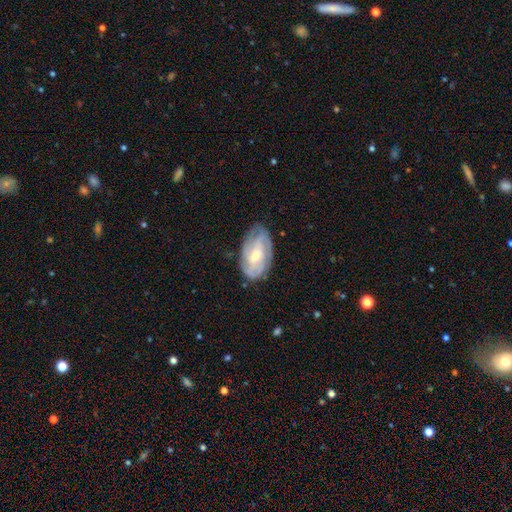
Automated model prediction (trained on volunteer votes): Morphology: type=featured or disk (71%); edge-on=no (95%); bar=no (49%); spiral arms=yes (86%); winding=tight (53%); arm count=can't tell (39%); bulge=moderate (47%, tied with small); merging=none (70%).